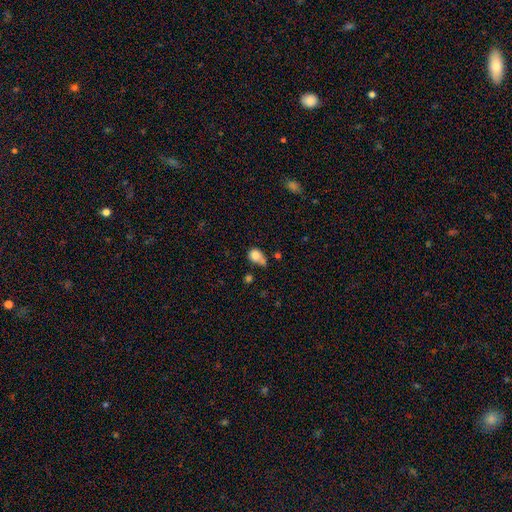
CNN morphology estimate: smooth-or-featured: smooth: 79% | featured or disk: 11% | star or artifact: 10%
  how-rounded: round: 54% | in between: 45% | cigar-shaped: 2%
  merging: none: 32% | minor disturbance: 27% | merger: 25% | major disturbance: 16%